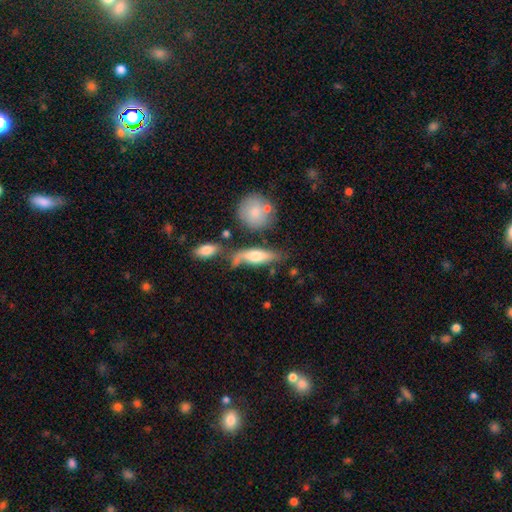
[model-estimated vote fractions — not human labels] A smooth galaxy with no disk features (62%) that is in between round and cigar-shaped (58%).

Vote fractions:
- Smooth or featured? smooth: 62% / featured or disk: 31% / star or artifact: 7%
- How rounded? in between: 58% / cigar-shaped: 38% / round: 4%
- Merging? none: 50% / minor disturbance: 23% / merger: 16% / major disturbance: 11%